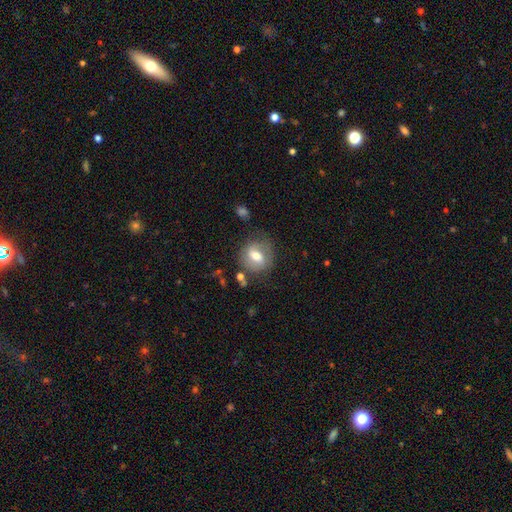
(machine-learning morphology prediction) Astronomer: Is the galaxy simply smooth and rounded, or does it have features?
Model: smooth — 53% (runner-up: featured or disk, 40%).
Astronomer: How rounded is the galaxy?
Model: round — 68%.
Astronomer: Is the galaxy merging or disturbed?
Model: none — 71%.